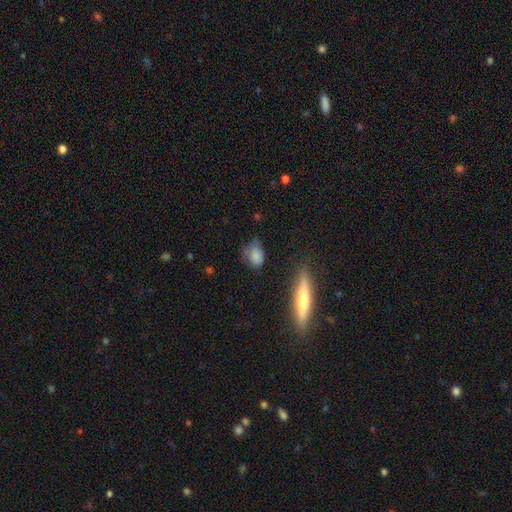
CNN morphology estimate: This appears to be a smooth galaxy with no disk features (76%) that is in between round and cigar-shaped (77%). Merging: none (46%).